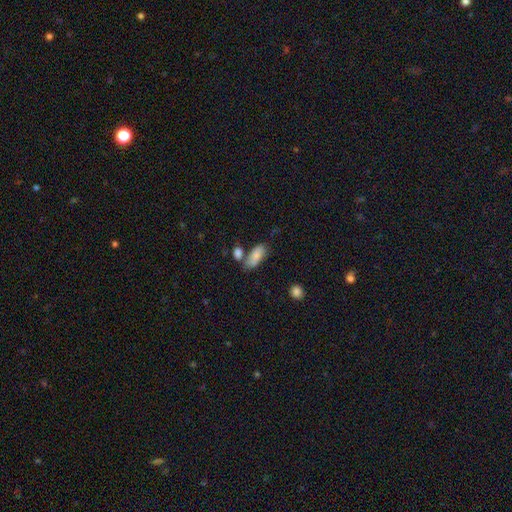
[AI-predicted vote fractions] A smooth galaxy with no disk features (81%) that is in between round and cigar-shaped (85%). Merging: none (50%).